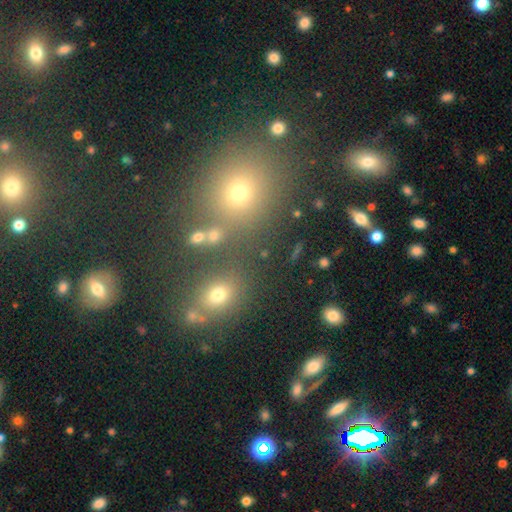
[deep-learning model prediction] Q: Smooth or featured?
A: smooth (48%); runner-up: star or artifact (40%)
Q: Merging?
A: none (71%); runner-up: merger (14%)